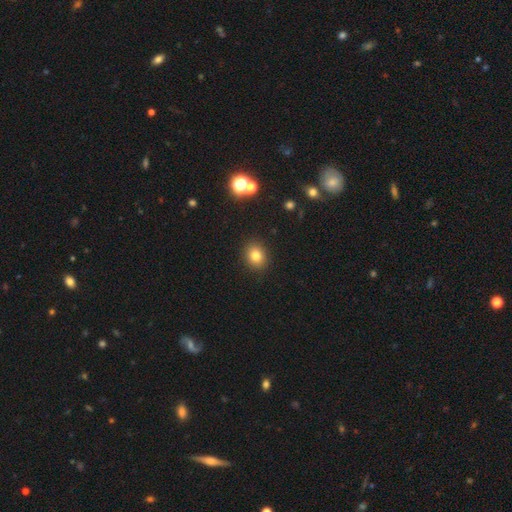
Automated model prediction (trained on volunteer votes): smooth-or-featured: smooth: 80% | star or artifact: 13% | featured or disk: 7%
  how-rounded: round: 63% | in between: 36% | cigar-shaped: 1%
  merging: none: 89% | minor disturbance: 7% | major disturbance: 2% | merger: 2%